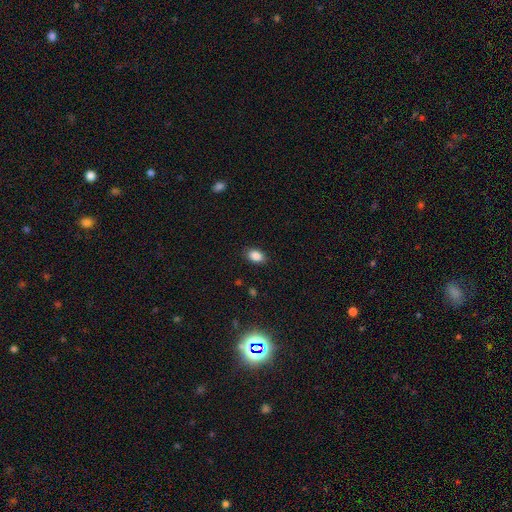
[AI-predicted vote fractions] This is clearly a smooth galaxy (87%). How rounded: clearly in between (85%). Merging: clearly none (84%).